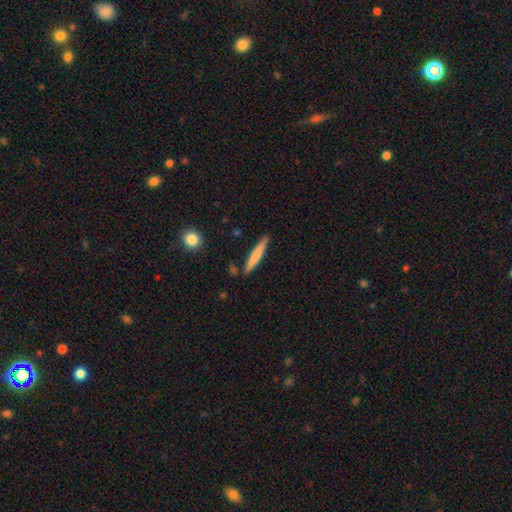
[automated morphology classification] Q: Smooth or featured?
A: smooth (69%); runner-up: featured or disk (25%)
Q: How rounded?
A: cigar-shaped (95%); runner-up: in between (4%)
Q: Merging?
A: none (87%); runner-up: minor disturbance (9%)